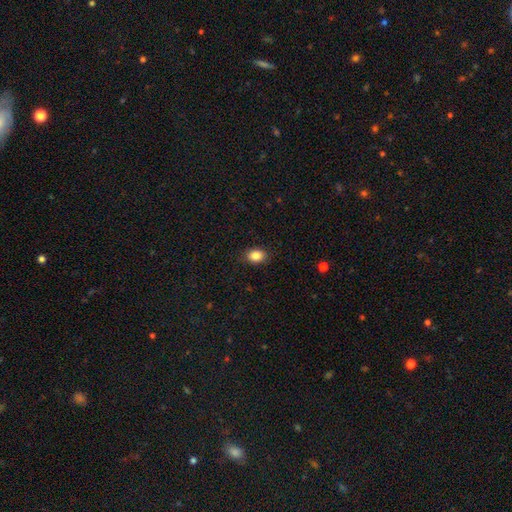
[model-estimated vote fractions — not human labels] A smooth galaxy with no disk features (86%) that is in between round and cigar-shaped (71%). Merging: none (86%).